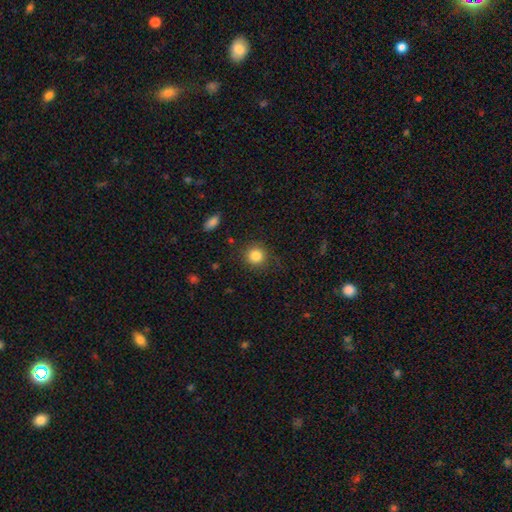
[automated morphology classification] smooth 84%, star or artifact 10%, featured or disk 5%. Down the decision tree: how rounded — round (91%); merging — none (85%).